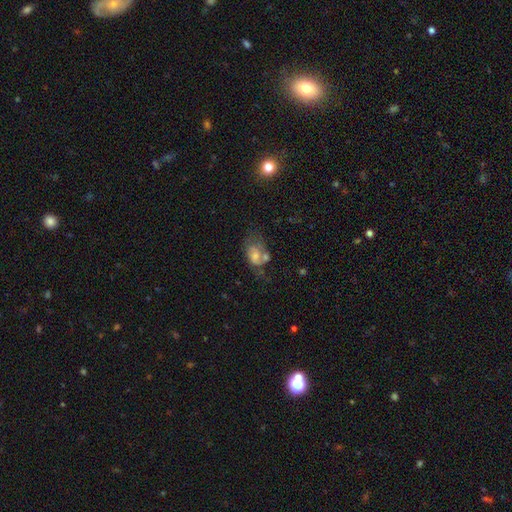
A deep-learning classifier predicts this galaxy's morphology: Smooth or featured: smooth — 47% (featured or disk — 42%)
Merging: major disturbance — 27% (tied with none — 27%)